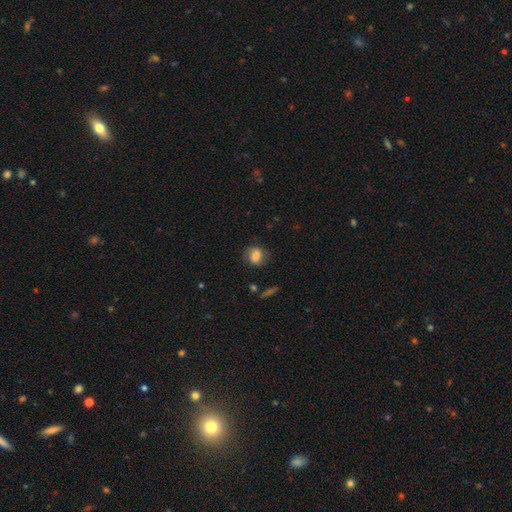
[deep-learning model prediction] Smooth or featured: smooth — 76% (featured or disk — 15%)
How rounded: round — 63% (in between — 36%)
Merging: none — 78% (minor disturbance — 16%)